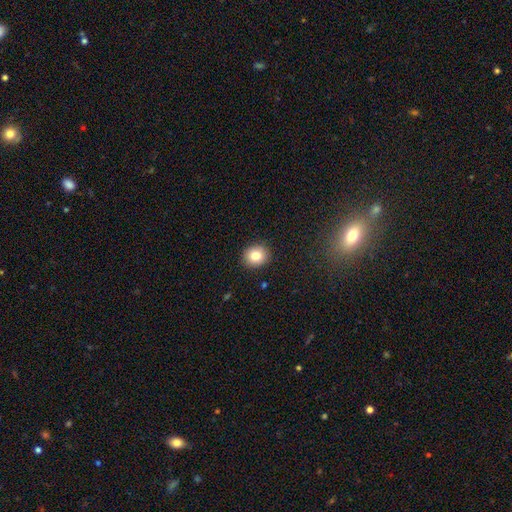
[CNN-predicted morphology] A smooth galaxy with no disk features (82%) that is round (82%). Merging: none (91%).